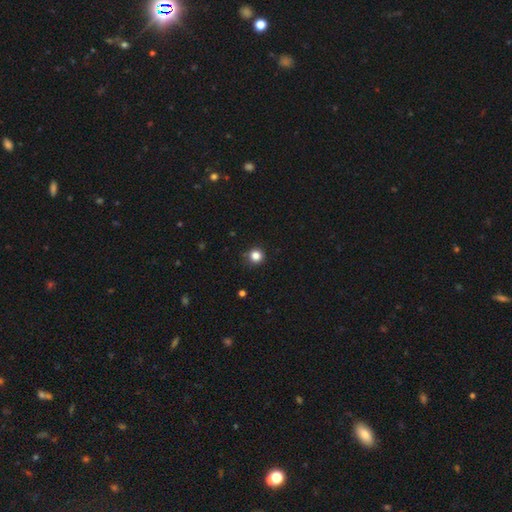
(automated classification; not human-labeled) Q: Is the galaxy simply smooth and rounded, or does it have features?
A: smooth — 83%.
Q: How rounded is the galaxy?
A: round — 94%.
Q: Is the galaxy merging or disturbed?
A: none — 87%.